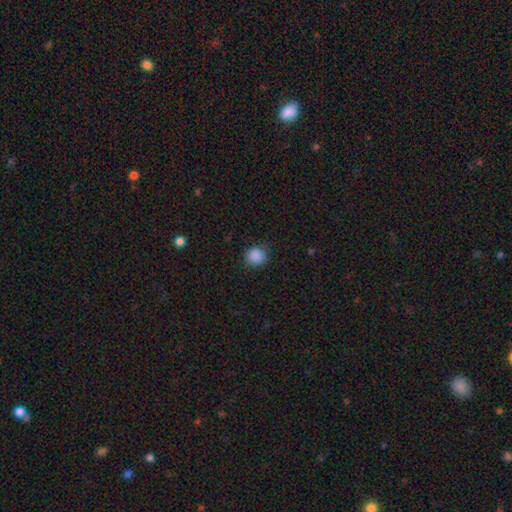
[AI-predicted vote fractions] Smooth or featured? Predicted: smooth (p=0.88). How rounded? Predicted: round (p=0.87). Merging? Predicted: none (p=0.85).